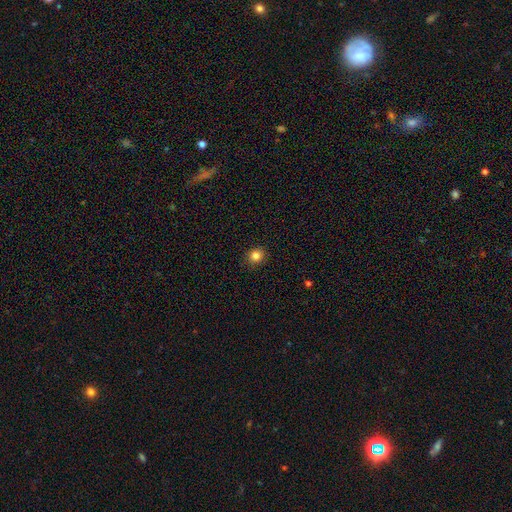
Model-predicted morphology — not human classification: Overall: smooth (83%). How rounded: round (87%). Merging: none (90%).